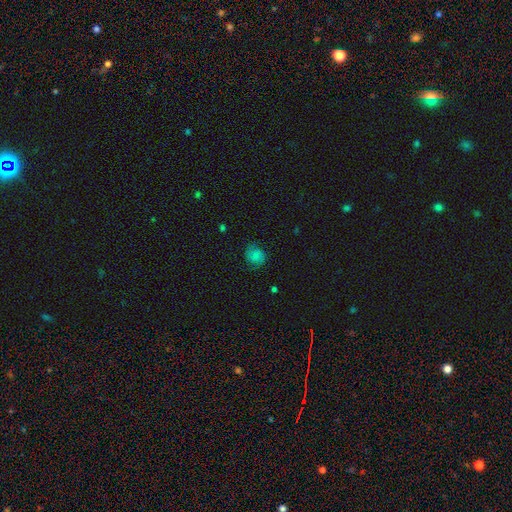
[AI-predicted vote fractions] smooth 63%, featured or disk 25%, star or artifact 12%. Down the decision tree: how rounded — round (78%); merging — none (72%).